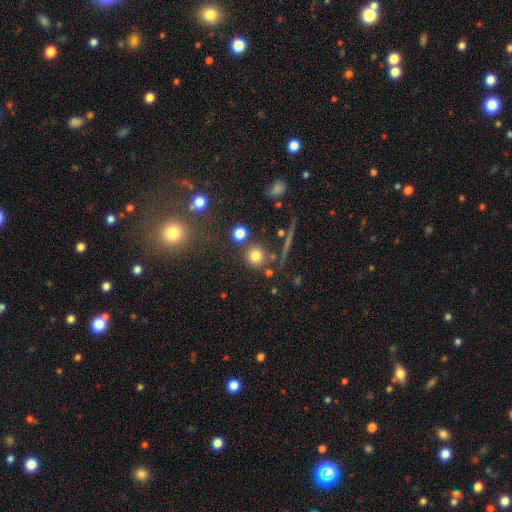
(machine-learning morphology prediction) Smooth or featured?
  - smooth: 76% *
  - star or artifact: 15%
  - featured or disk: 9%
How rounded?
  - round: 92% *
  - in between: 6%
  - cigar-shaped: 2%
Merging?
  - none: 78% *
  - merger: 10%
  - minor disturbance: 9%
  - major disturbance: 4%